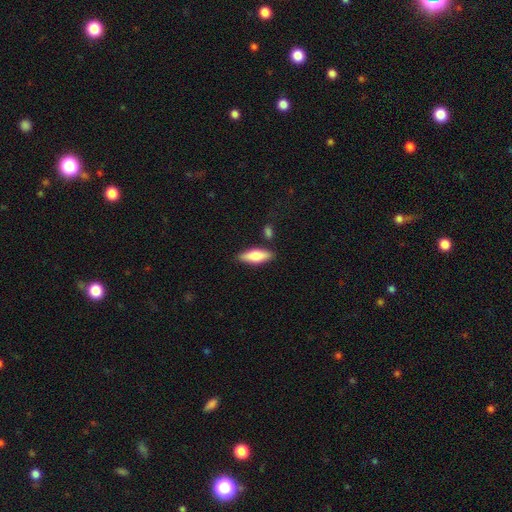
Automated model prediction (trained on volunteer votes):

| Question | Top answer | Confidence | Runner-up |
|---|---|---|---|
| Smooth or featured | smooth | 70% | featured or disk (24%) |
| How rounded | in between | 64% | cigar-shaped (34%) |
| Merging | none | 82% | minor disturbance (11%) |